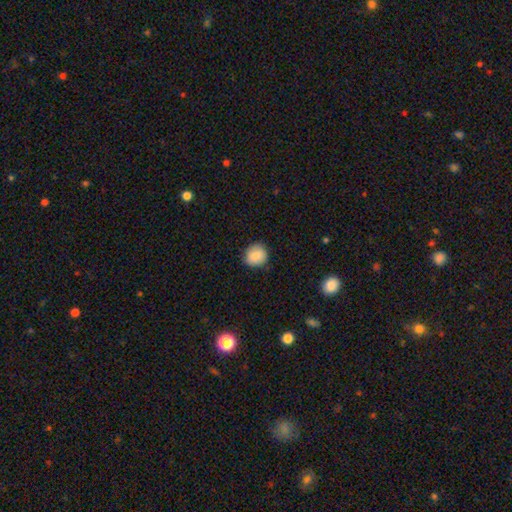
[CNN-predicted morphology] This is clearly a smooth galaxy (85%). How rounded: clearly round (87%). Merging: clearly none (86%).